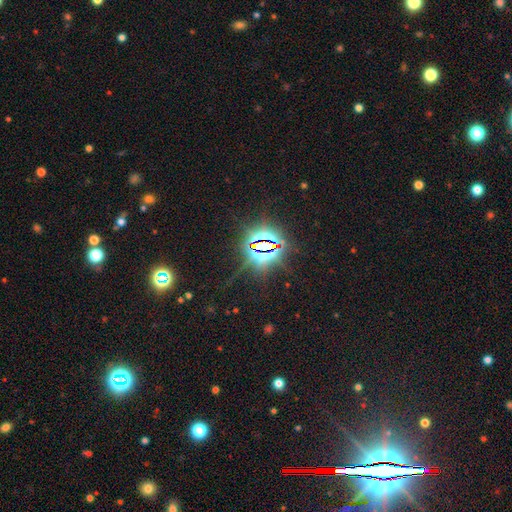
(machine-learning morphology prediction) smooth_or_featured: star or artifact (p=0.83) [alt: smooth p=0.11]